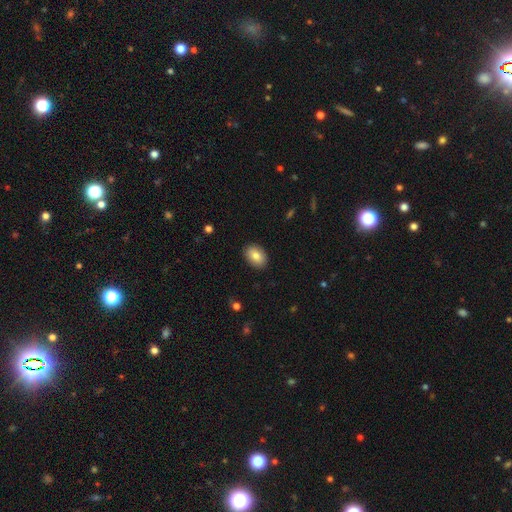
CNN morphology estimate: A smooth galaxy with no disk features (84%) that is in between round and cigar-shaped (85%).

Vote fractions:
- Smooth or featured? smooth: 84% / featured or disk: 9% / star or artifact: 7%
- How rounded? in between: 85% / round: 14% / cigar-shaped: 1%
- Merging? none: 89% / minor disturbance: 8% / major disturbance: 2% / merger: 1%